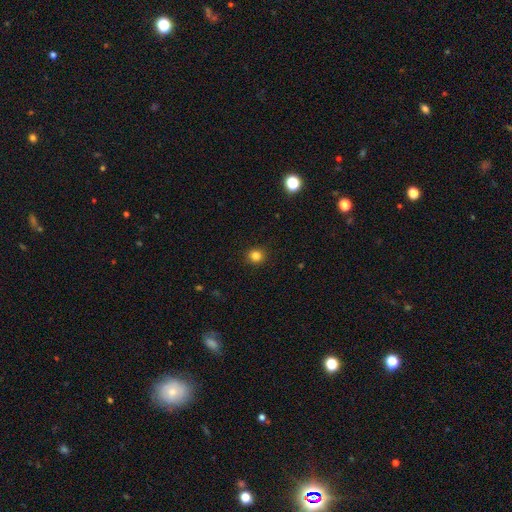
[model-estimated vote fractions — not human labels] Q: Smooth or featured?
A: smooth (83%); runner-up: star or artifact (12%)
Q: How rounded?
A: round (89%); runner-up: in between (10%)
Q: Merging?
A: none (92%); runner-up: minor disturbance (5%)